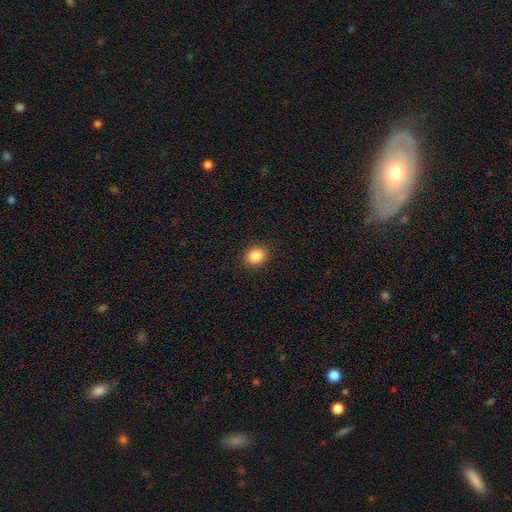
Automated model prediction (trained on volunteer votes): Smooth or featured?
  - smooth: 86% *
  - star or artifact: 10%
  - featured or disk: 5%
How rounded?
  - round: 53% *
  - in between: 46%
  - cigar-shaped: 1%
Merging?
  - none: 89% *
  - minor disturbance: 7%
  - major disturbance: 2%
  - merger: 1%